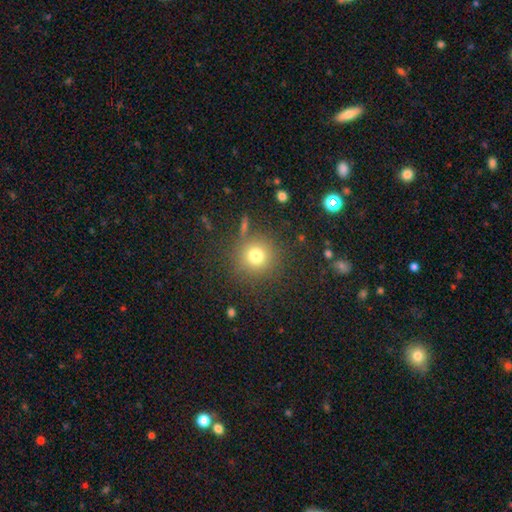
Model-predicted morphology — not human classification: A smooth galaxy with no disk features (76%) that is round (93%). Merging: none (84%).